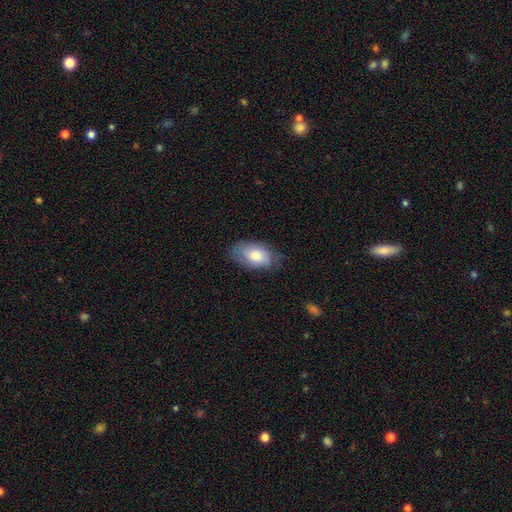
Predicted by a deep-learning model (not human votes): smooth 73%, featured or disk 21%, star or artifact 7%. Down the decision tree: how rounded — in between (92%); merging — none (73%).